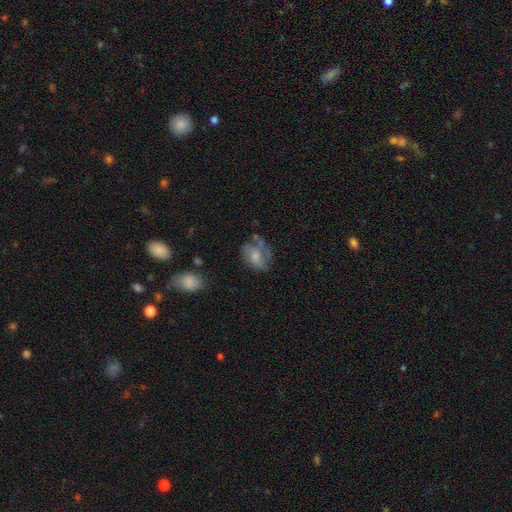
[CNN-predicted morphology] This is possibly a smooth galaxy (50%). Merging: marginally none (43%).